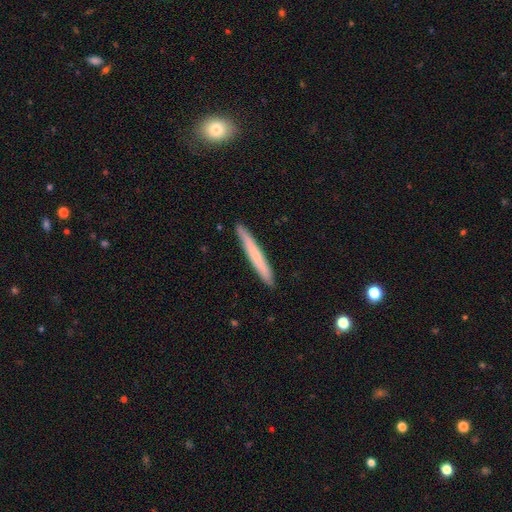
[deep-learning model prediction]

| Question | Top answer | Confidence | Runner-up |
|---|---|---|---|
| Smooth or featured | smooth | 60% | featured or disk (34%) |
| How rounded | cigar-shaped | 96% | in between (2%) |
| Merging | none | 91% | minor disturbance (7%) |